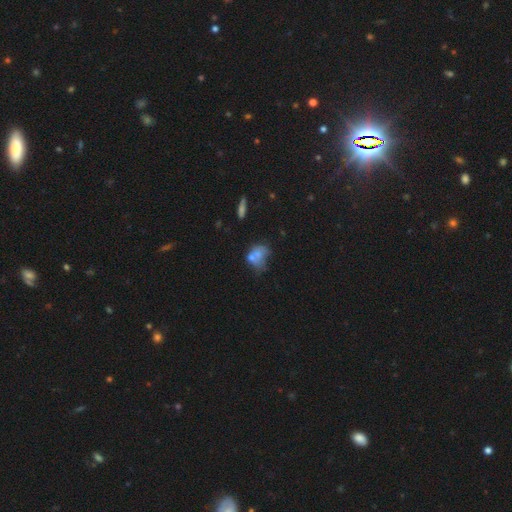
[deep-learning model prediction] smooth 61%, featured or disk 26%, star or artifact 12%. Down the decision tree: how rounded — in between (61%); merging — merger (37%).